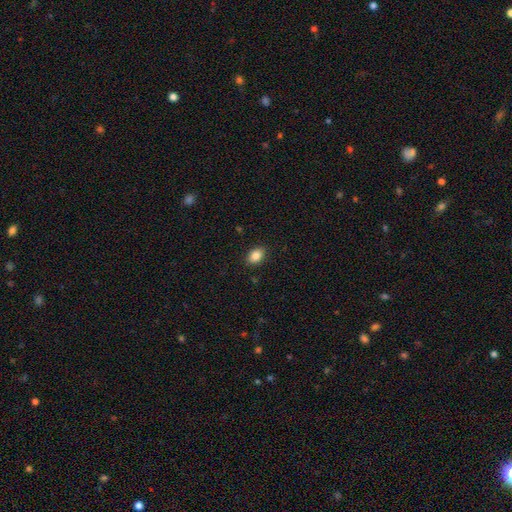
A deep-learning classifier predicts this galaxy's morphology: type=smooth (86%); roundness=in between (80%); merging=none (88%).